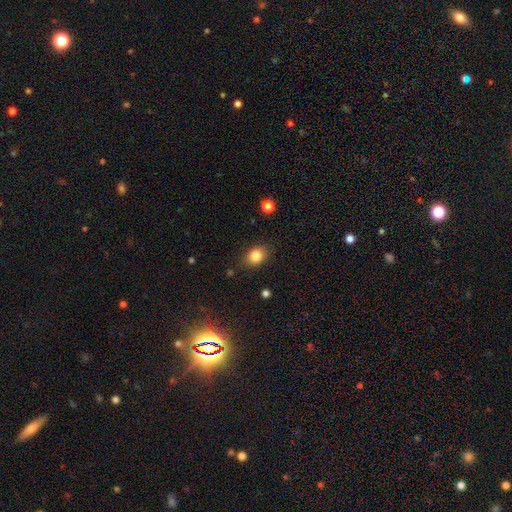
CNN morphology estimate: smooth 83%, star or artifact 10%, featured or disk 7%. Down the decision tree: how rounded — in between (57%); merging — none (83%).